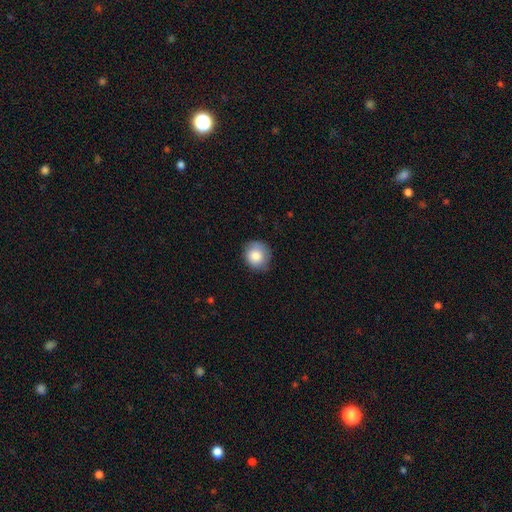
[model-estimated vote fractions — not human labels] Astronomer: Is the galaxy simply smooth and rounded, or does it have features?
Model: smooth — 83%.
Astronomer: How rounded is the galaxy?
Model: round — 83%.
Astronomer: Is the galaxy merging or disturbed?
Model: none — 77%.